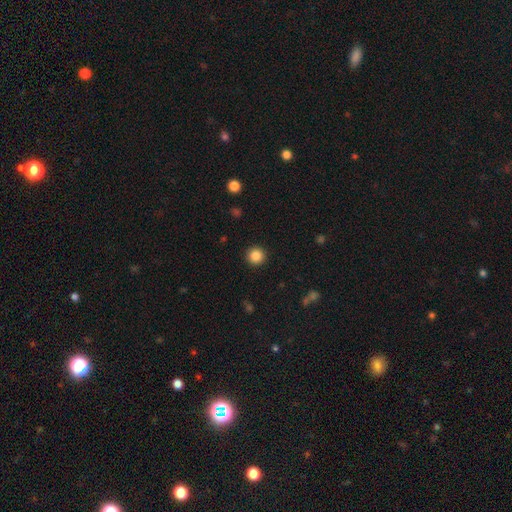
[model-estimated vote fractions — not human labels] smooth-or-featured: smooth: 86% | star or artifact: 10% | featured or disk: 4%
  how-rounded: round: 95% | in between: 4% | cigar-shaped: 1%
  merging: none: 92% | minor disturbance: 5% | major disturbance: 2% | merger: 1%